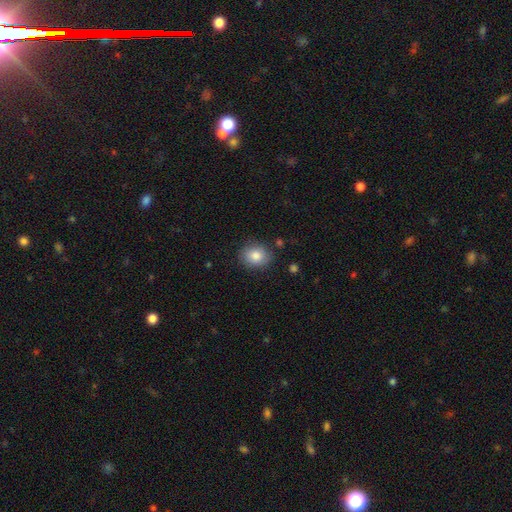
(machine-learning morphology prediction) Smooth or featured?
  - smooth: 84% *
  - star or artifact: 8%
  - featured or disk: 8%
How rounded?
  - round: 58% *
  - in between: 41%
  - cigar-shaped: 1%
Merging?
  - none: 83% *
  - minor disturbance: 12%
  - major disturbance: 3%
  - merger: 2%